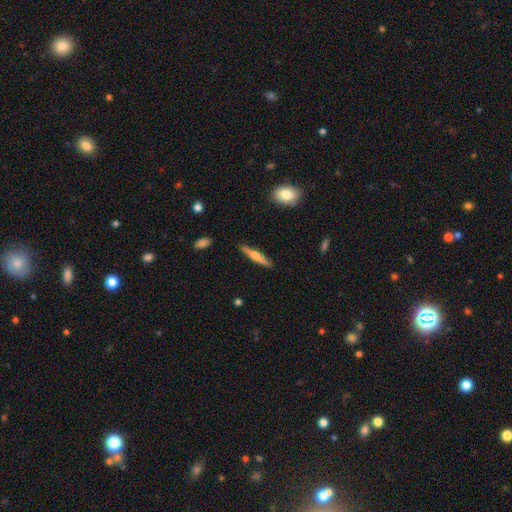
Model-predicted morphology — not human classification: Smooth or featured?
  - featured or disk: 56% *
  - smooth: 39%
  - star or artifact: 6%
Edge-on disk?
  - yes: 97% *
  - no: 3%
Edge-on bulge?
  - rounded: 85% *
  - none: 8%
  - boxy: 8%
Merging?
  - none: 89% *
  - minor disturbance: 8%
  - major disturbance: 2%
  - merger: 1%